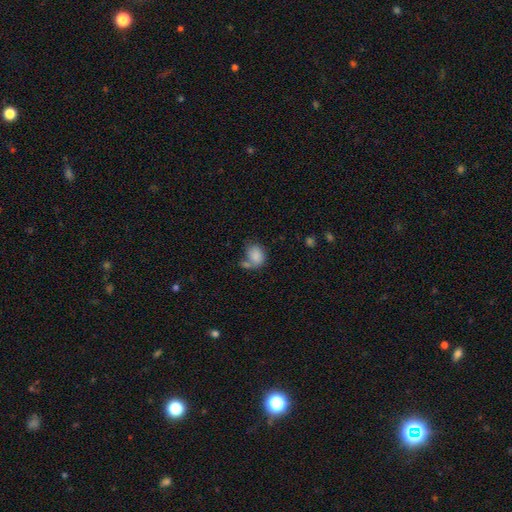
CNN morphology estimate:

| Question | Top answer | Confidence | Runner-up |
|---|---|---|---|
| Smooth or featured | smooth | 80% | featured or disk (12%) |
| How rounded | in between | 65% | round (33%) |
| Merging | merger | 35% | tied: none (35%) |